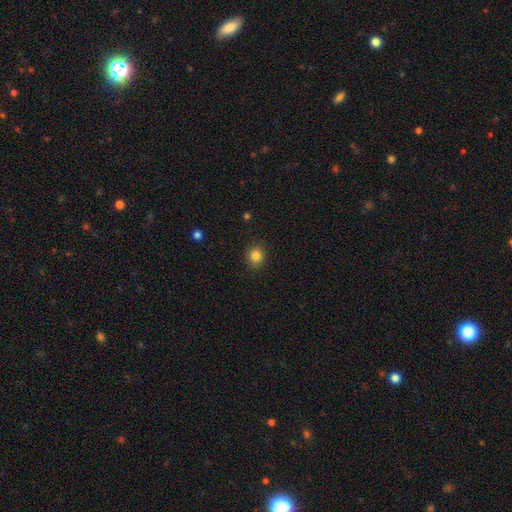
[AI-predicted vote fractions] Smooth or featured? smooth (84%)
How rounded? round (82%)
Merging? none (89%)